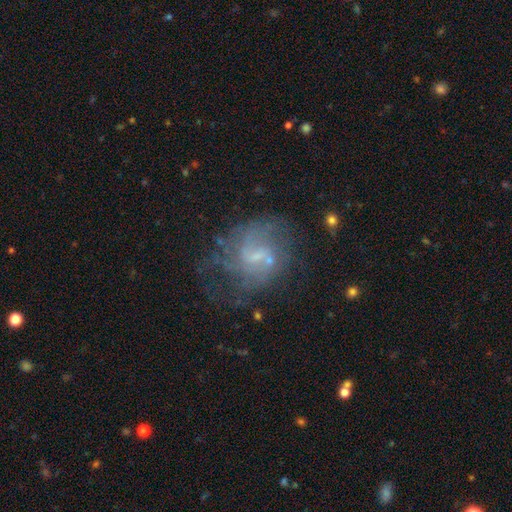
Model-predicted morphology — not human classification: featured or disk 69%, smooth 19%, star or artifact 12%. Down the decision tree: edge-on disk — no (97%); bar — weak (52%); spiral arms — yes (74%); spiral arm count — 2 (43%); spiral winding — medium (41%); bulge size — small (55%); merging — none (49%).